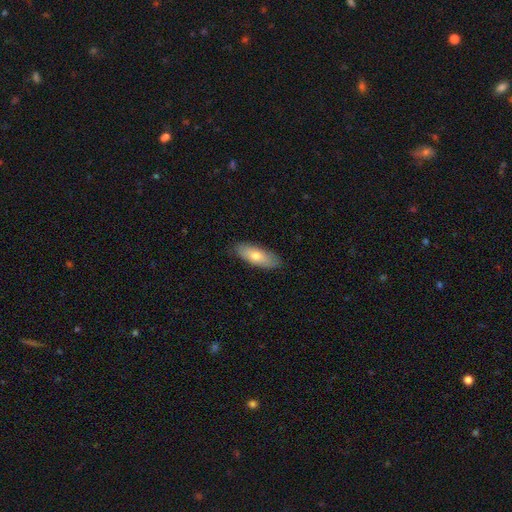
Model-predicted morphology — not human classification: Q: Smooth or featured?
A: smooth (69%); runner-up: featured or disk (25%)
Q: How rounded?
A: in between (71%); runner-up: cigar-shaped (26%)
Q: Merging?
A: none (87%); runner-up: minor disturbance (10%)